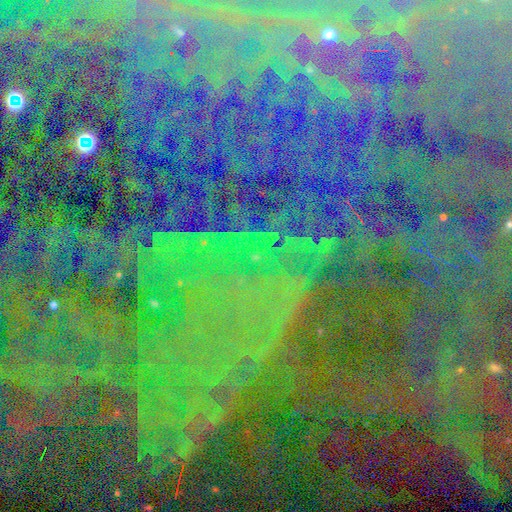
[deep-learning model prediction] A star or artifact, not a galaxy (86%).